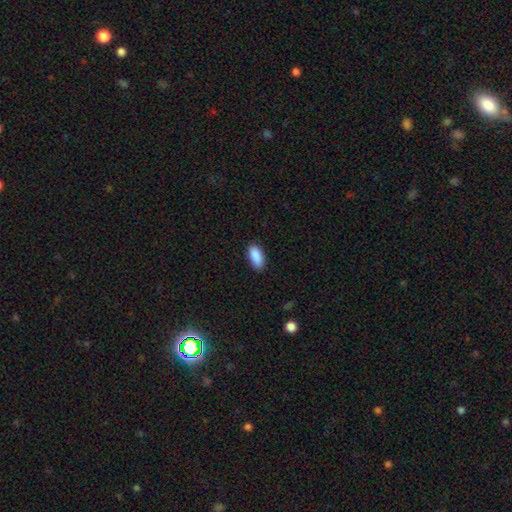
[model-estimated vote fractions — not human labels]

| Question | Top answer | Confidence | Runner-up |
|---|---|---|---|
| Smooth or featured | smooth | 89% | star or artifact (7%) |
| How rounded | in between | 90% | cigar-shaped (8%) |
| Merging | none | 82% | minor disturbance (14%) |